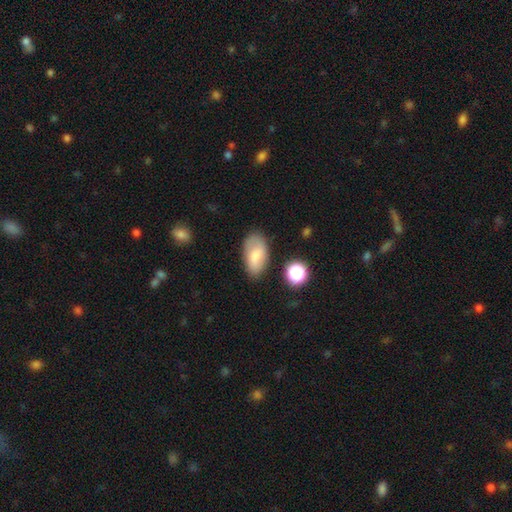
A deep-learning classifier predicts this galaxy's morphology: smooth 72%, featured or disk 18%, star or artifact 9%. Down the decision tree: how rounded — in between (93%); merging — none (71%).